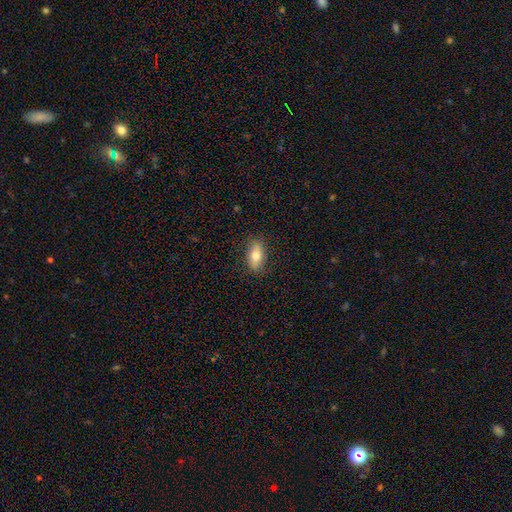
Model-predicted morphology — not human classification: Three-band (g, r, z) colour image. It shows a smooth galaxy with no disk features (75%) that is in between round and cigar-shaped (85%). Merging: none (85%).